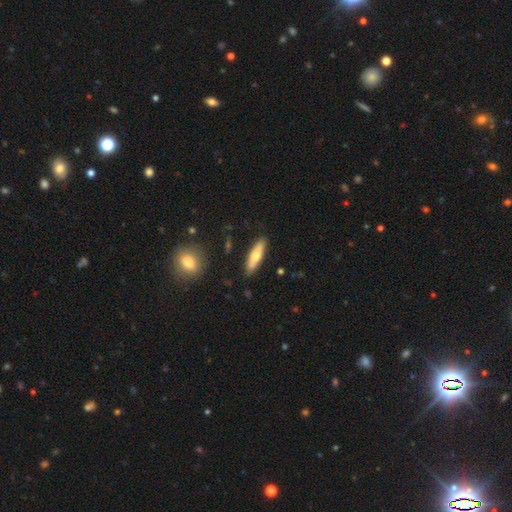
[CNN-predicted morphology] Smooth or featured: smooth — 62% (featured or disk — 32%)
How rounded: cigar-shaped — 67% (in between — 31%)
Merging: none — 86% (minor disturbance — 10%)